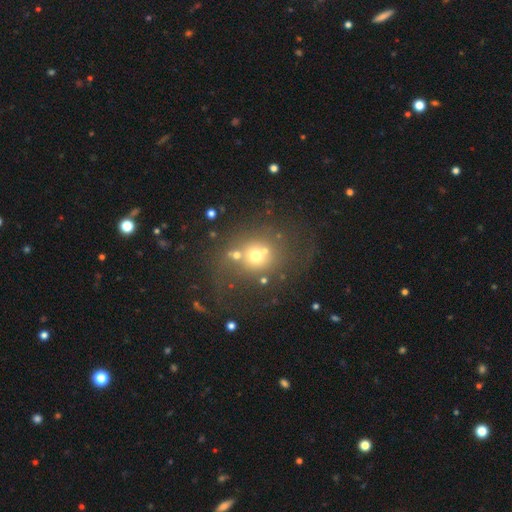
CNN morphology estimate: Smooth or featured? Predicted: smooth (p=0.57). How rounded? Predicted: round (p=0.80). Merging? Predicted: none (p=0.53).